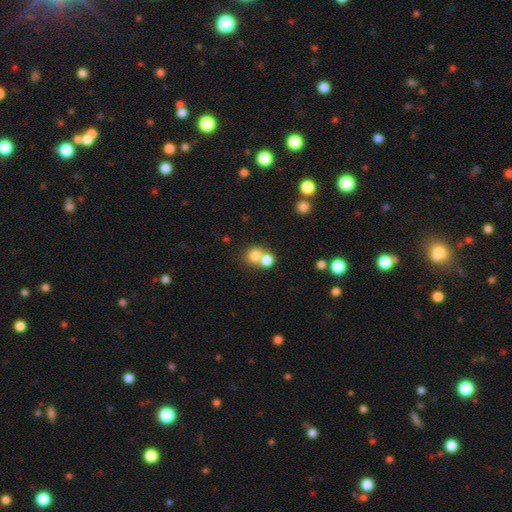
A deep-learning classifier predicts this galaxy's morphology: smooth-or-featured: smooth: 77% | star or artifact: 12% | featured or disk: 11%
  how-rounded: round: 80% | in between: 19% | cigar-shaped: 1%
  merging: merger: 52% | none: 38% | minor disturbance: 6% | major disturbance: 3%